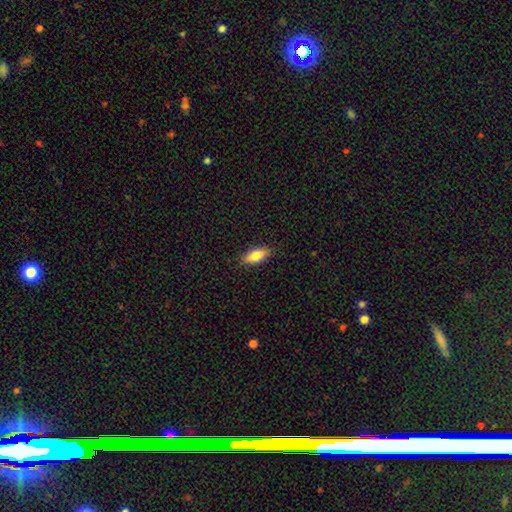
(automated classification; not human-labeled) This appears to be a smooth galaxy with no disk features (77%) that is in between round and cigar-shaped (76%). Merging: none (87%).